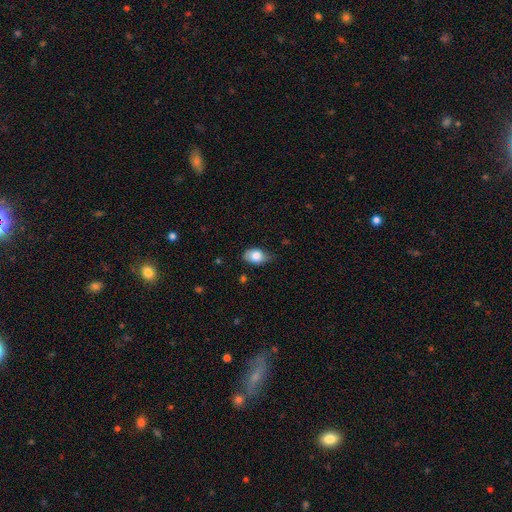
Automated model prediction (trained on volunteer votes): smooth 81%, featured or disk 12%, star or artifact 7%. Down the decision tree: how rounded — in between (85%); merging — none (58%).